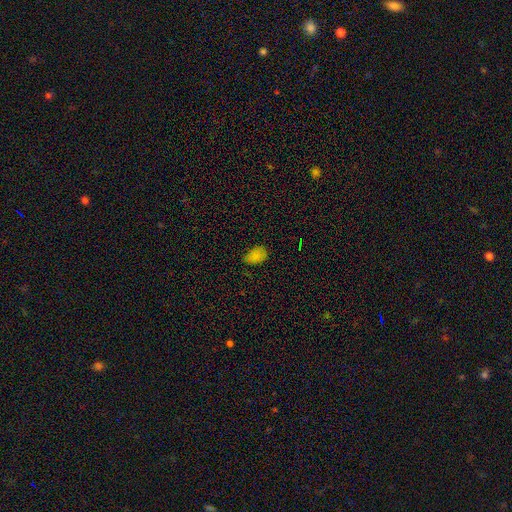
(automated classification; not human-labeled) Smooth or featured?
  - smooth: 78% *
  - star or artifact: 17%
  - featured or disk: 5%
How rounded?
  - in between: 85% *
  - round: 13%
  - cigar-shaped: 1%
Merging?
  - none: 66% *
  - minor disturbance: 27%
  - major disturbance: 5%
  - merger: 2%